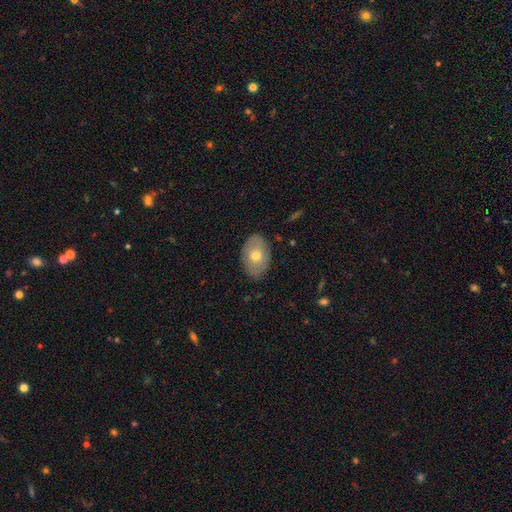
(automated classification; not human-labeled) smooth 64%, featured or disk 29%, star or artifact 7%. Down the decision tree: how rounded — in between (87%); merging — none (84%).